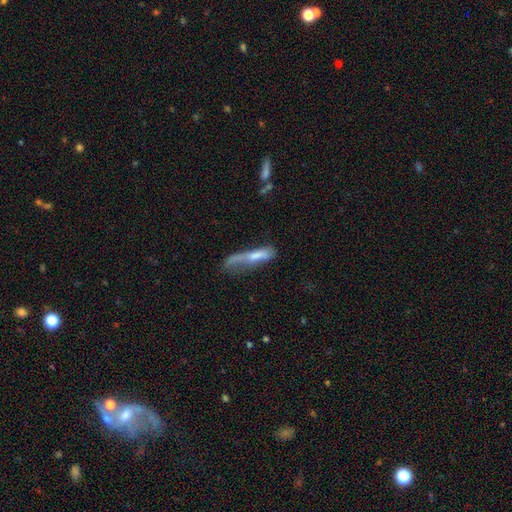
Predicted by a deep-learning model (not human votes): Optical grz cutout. It shows a smooth galaxy with no disk features (53%) that is cigar-shaped (81%). Merging: major disturbance (32%).